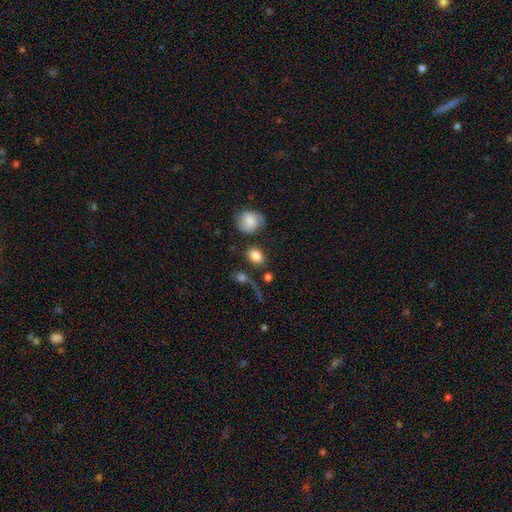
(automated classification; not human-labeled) smooth_or_featured: smooth (p=0.82) [alt: featured or disk p=0.10]
how_rounded: in between (p=0.66) [alt: round p=0.32]
merging: none (p=0.63) [alt: minor disturbance p=0.15]